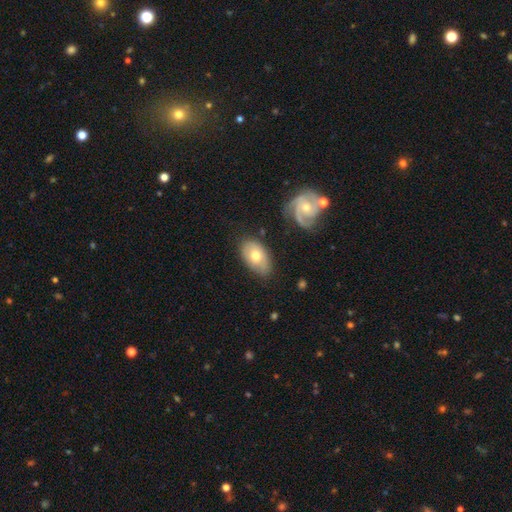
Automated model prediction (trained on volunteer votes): A smooth galaxy with no disk features (60%) that is in between round and cigar-shaped (90%). Merging: none (71%).